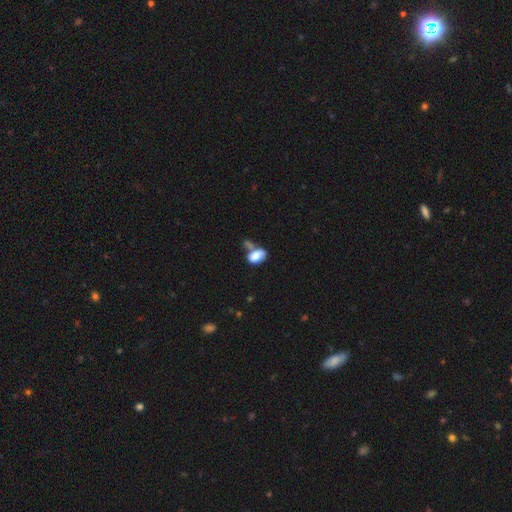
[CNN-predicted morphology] This appears to be a smooth galaxy with no disk features (79%) that is in between round and cigar-shaped (90%). Merging: merger (39%).